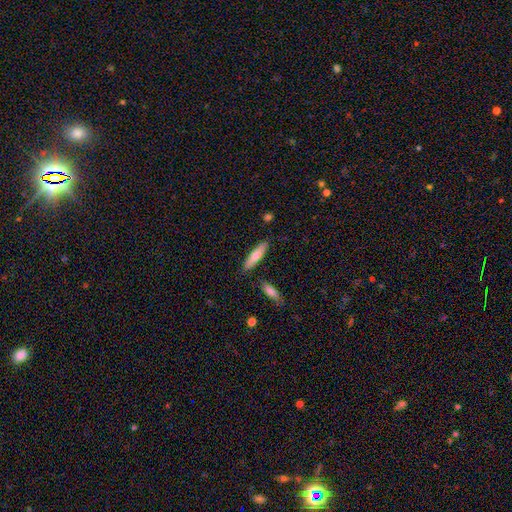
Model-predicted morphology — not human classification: smooth_or_featured: smooth (p=0.72) [alt: featured or disk p=0.22]
how_rounded: cigar-shaped (p=0.75) [alt: in between p=0.23]
merging: none (p=0.83) [alt: minor disturbance p=0.10]